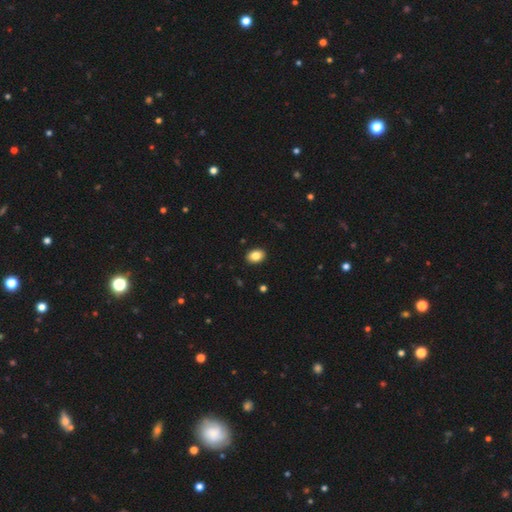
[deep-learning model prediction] smooth 86%, star or artifact 8%, featured or disk 6%. Down the decision tree: how rounded — in between (77%); merging — none (91%).